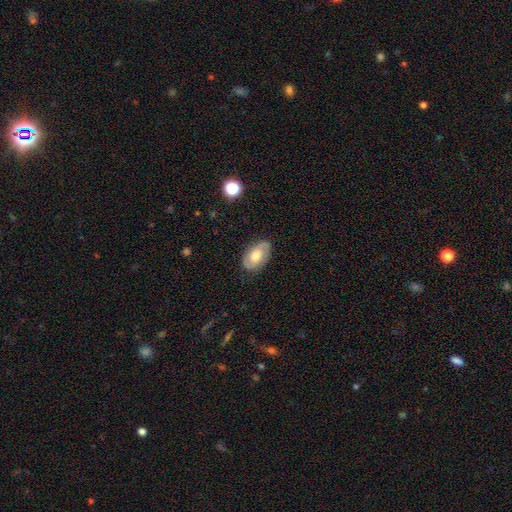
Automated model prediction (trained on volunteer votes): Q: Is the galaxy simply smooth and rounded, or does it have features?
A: featured or disk — 53%.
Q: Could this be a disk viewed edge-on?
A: no — 94%.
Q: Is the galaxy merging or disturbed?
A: none — 82%.